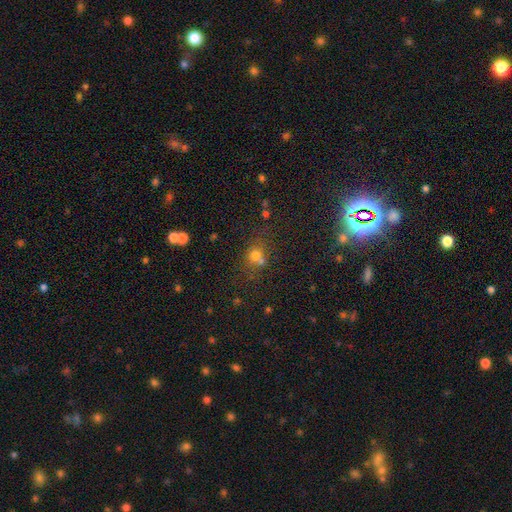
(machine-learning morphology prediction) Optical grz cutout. It shows a smooth galaxy with no disk features (68%) that is round (76%). Merging: none (51%).